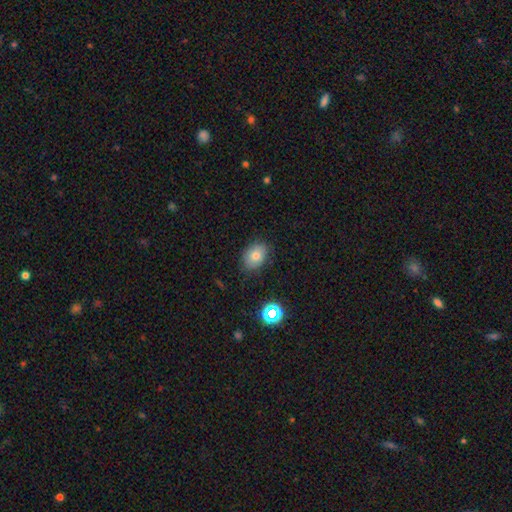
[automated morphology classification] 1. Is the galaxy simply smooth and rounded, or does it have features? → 75% smooth, 13% featured or disk, 12% star or artifact.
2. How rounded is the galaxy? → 70% in between, 29% round, 1% cigar-shaped.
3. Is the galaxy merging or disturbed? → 80% none, 15% minor disturbance, 3% major disturbance, 2% merger.